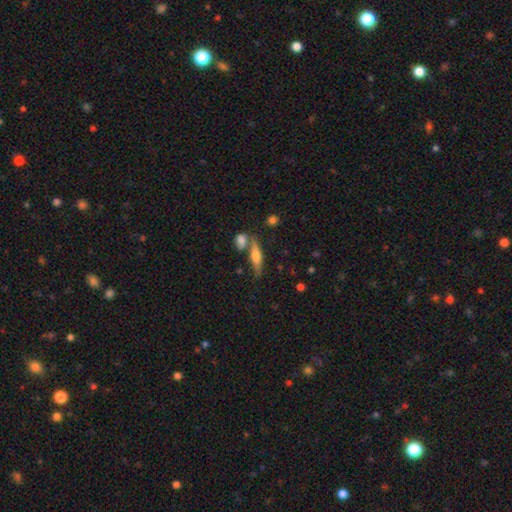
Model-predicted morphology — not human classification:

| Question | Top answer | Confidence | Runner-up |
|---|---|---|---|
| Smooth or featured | featured or disk | 47% | smooth (45%) |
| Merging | none | 66% | merger (18%) |